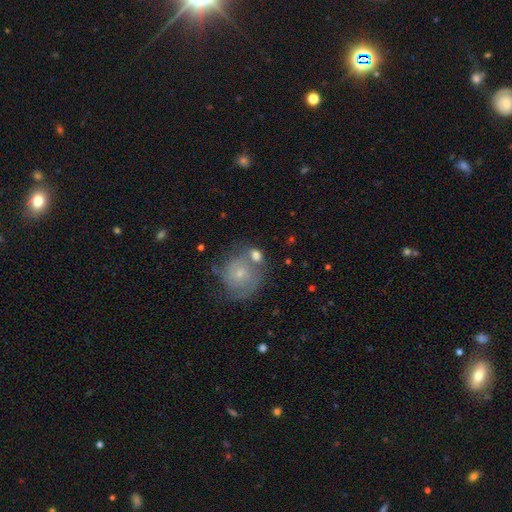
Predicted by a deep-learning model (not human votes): Smooth or featured? Predicted: featured or disk (p=0.48). Merging? Predicted: none (p=0.47).